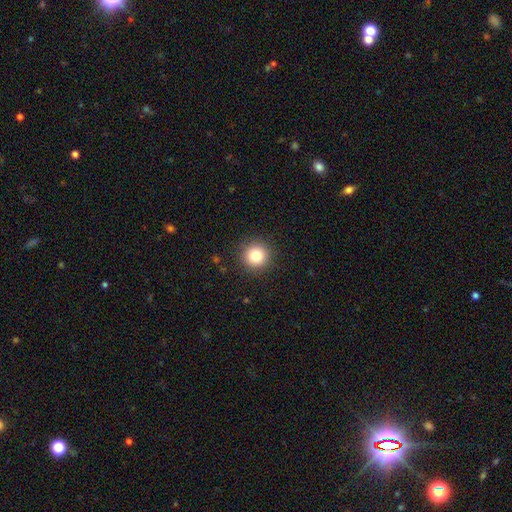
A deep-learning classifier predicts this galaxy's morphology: smooth-or-featured: smooth: 83% | star or artifact: 11% | featured or disk: 6%
  how-rounded: round: 94% | in between: 5% | cigar-shaped: 1%
  merging: none: 91% | minor disturbance: 6% | major disturbance: 2% | merger: 1%